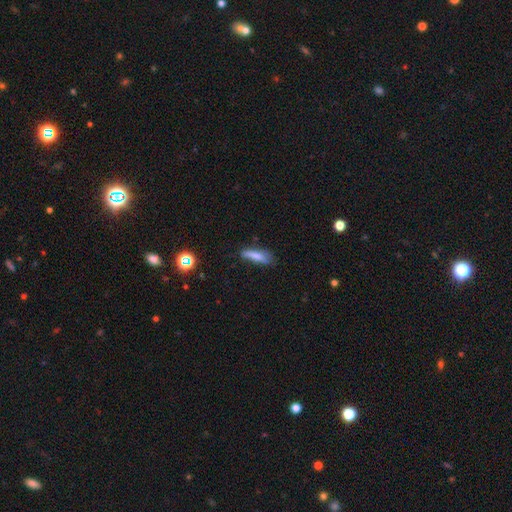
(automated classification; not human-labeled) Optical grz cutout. It shows a smooth galaxy with no disk features (75%) that is cigar-shaped (60%). Merging: none (54%).